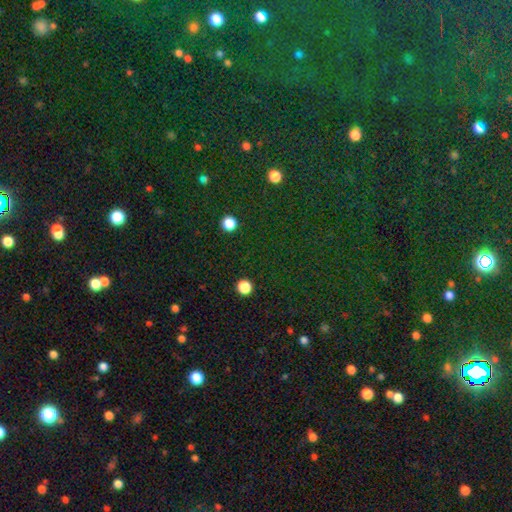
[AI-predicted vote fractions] Smooth or featured? star or artifact (78%)